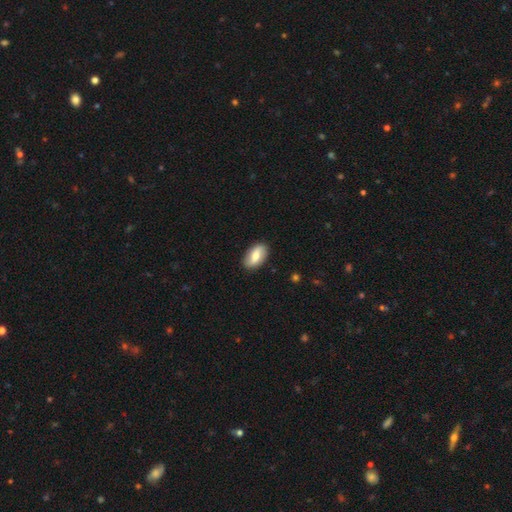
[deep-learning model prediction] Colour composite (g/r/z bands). It shows a smooth galaxy with no disk features (64%) that is in between round and cigar-shaped (92%). Merging: none (87%).